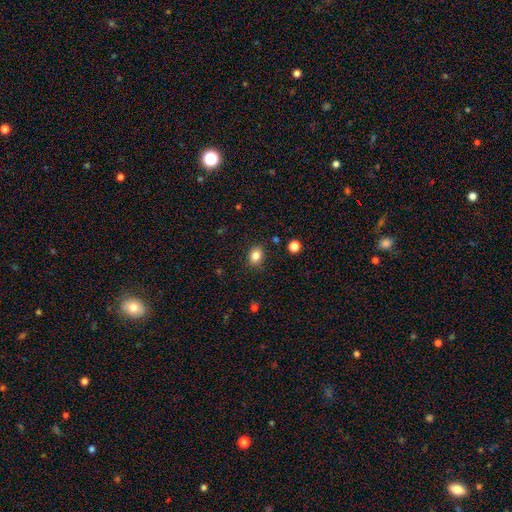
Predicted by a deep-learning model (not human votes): A smooth galaxy with no disk features (84%) that is in between round and cigar-shaped (60%).

Vote fractions:
- Smooth or featured? smooth: 84% / star or artifact: 10% / featured or disk: 6%
- How rounded? in between: 60% / round: 39% / cigar-shaped: 1%
- Merging? none: 86% / minor disturbance: 10% / major disturbance: 3% / merger: 2%